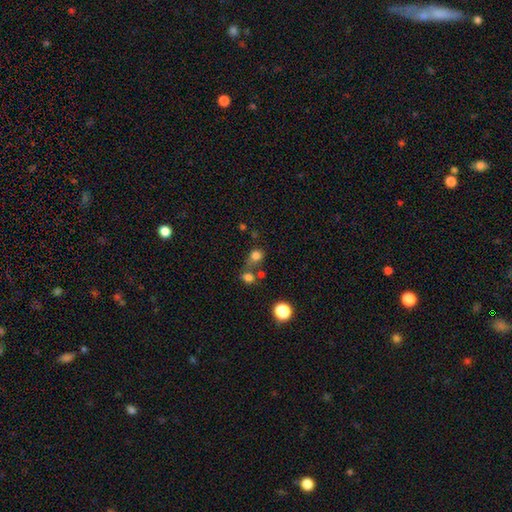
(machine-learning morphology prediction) Smooth or featured? Predicted: smooth (p=0.77). How rounded? Predicted: round (p=0.74). Merging? Predicted: none (p=0.51).